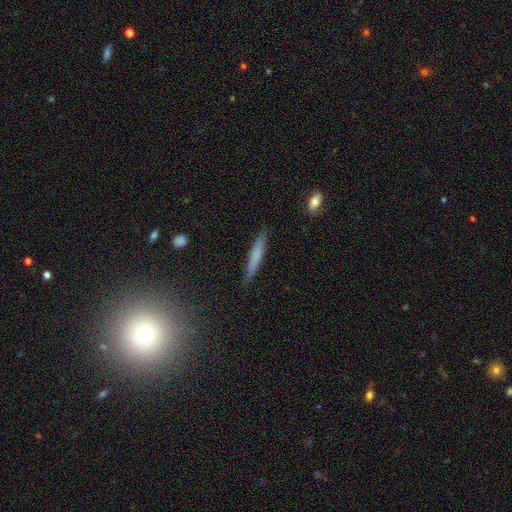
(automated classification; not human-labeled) This appears to be a smooth galaxy with no disk features (68%) that is cigar-shaped (94%). Merging: none (88%).